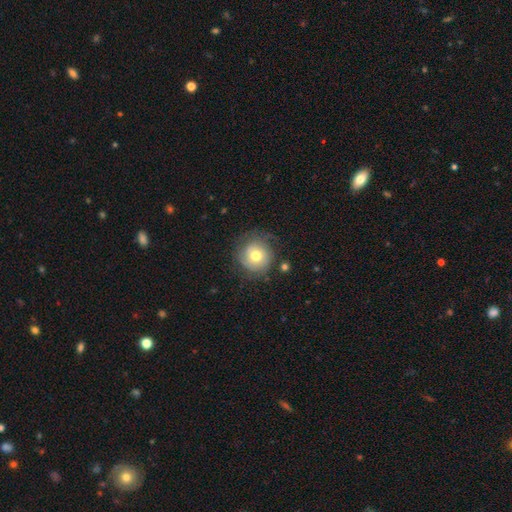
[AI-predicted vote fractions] This appears to be a smooth galaxy with no disk features (58%) that is round (91%). Merging: none (68%).